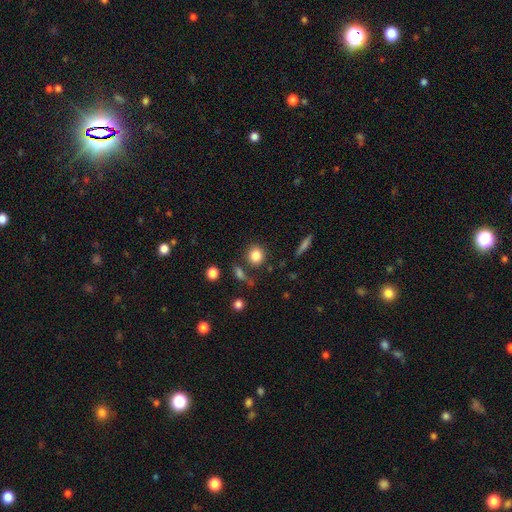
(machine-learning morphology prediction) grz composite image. It shows a smooth galaxy with no disk features (83%) that is round (84%). Merging: none (80%).